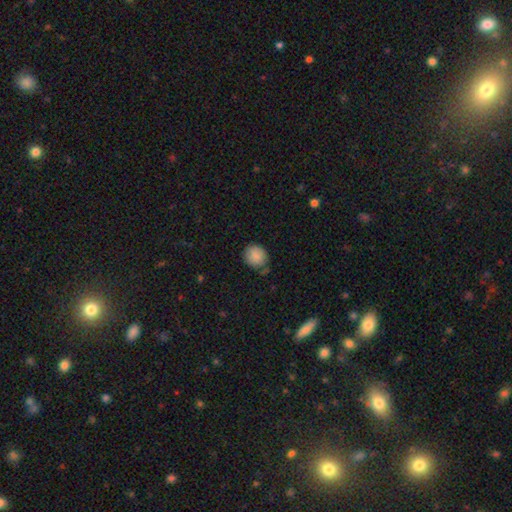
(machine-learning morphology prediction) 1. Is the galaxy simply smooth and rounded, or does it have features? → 87% smooth, 8% star or artifact, 5% featured or disk.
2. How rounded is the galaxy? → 81% round, 18% in between, 1% cigar-shaped.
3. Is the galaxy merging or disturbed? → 69% none, 22% minor disturbance, 5% major disturbance, 4% merger.